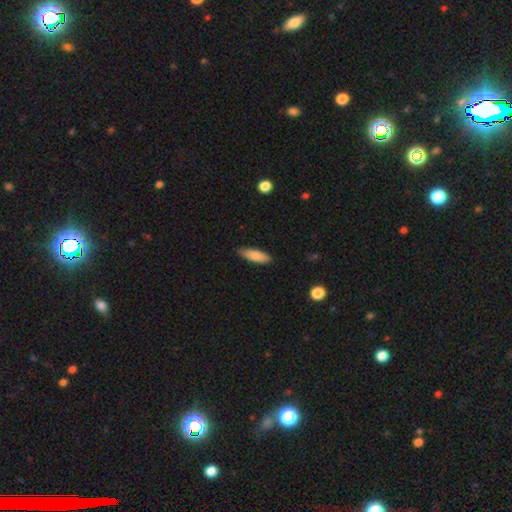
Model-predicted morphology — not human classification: This appears to be a smooth galaxy with no disk features (83%) that is in between round and cigar-shaped (54%). Merging: none (84%).